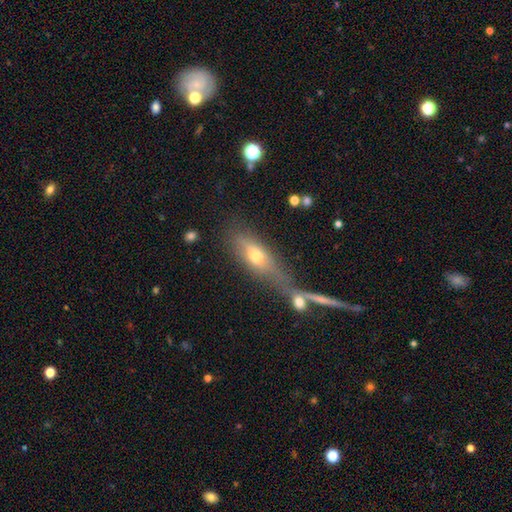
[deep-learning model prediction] The model was most divided on "merging": none: 40%, merger: 35%, minor disturbance: 14%, major disturbance: 11%. More confident: how rounded — in between (61%); smooth or featured — smooth (57%).